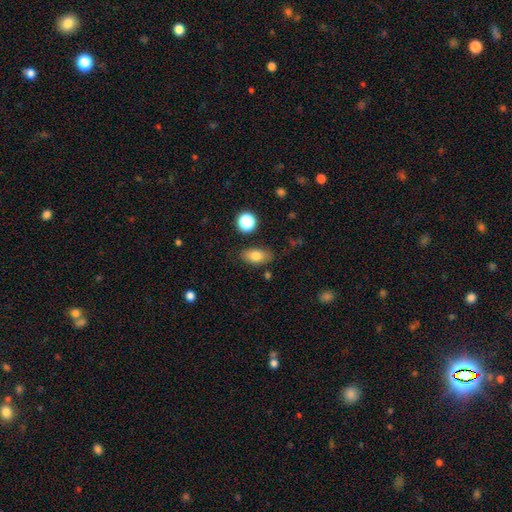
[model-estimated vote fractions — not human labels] Smooth or featured: smooth — 79% (featured or disk — 11%)
How rounded: in between — 88% (round — 9%)
Merging: none — 81% (minor disturbance — 13%)